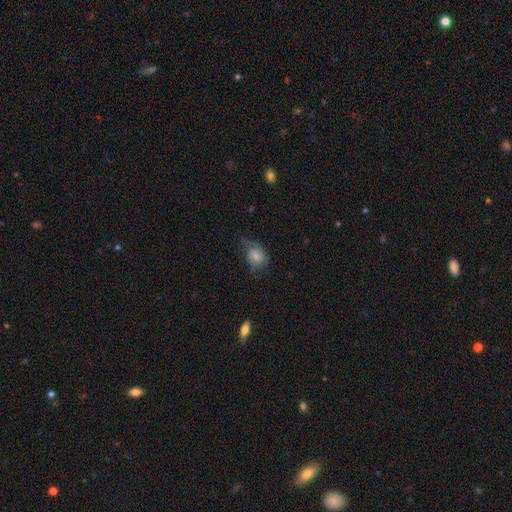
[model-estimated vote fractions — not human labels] This appears to be a smooth galaxy with no disk features (61%) that is in between round and cigar-shaped (59%). Merging: none (41%).